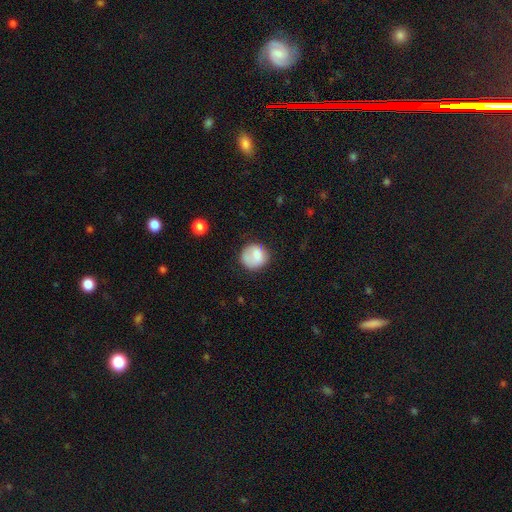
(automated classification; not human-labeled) smooth 79%, featured or disk 14%, star or artifact 8%. Down the decision tree: how rounded — round (84%); merging — none (67%).